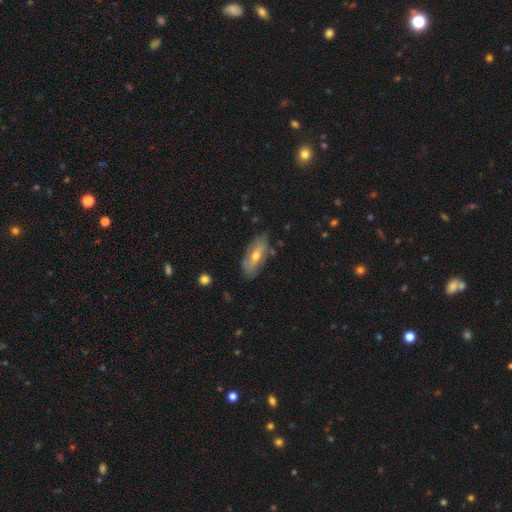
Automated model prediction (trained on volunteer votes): A featured or disk galaxy (51%).

Vote fractions:
- Smooth or featured? featured or disk: 51% / smooth: 42% / star or artifact: 7%
- Edge-on disk? no: 76% / yes: 24%
- Merging? none: 74% / minor disturbance: 19% / major disturbance: 4% / merger: 2%